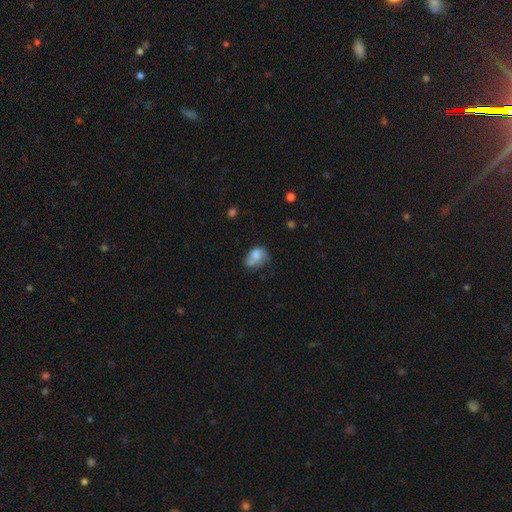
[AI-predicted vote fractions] smooth-or-featured: smooth: 63% | featured or disk: 27% | star or artifact: 10%
  how-rounded: in between: 71% | round: 28% | cigar-shaped: 1%
  merging: none: 31% | minor disturbance: 27% | merger: 24% | major disturbance: 18%